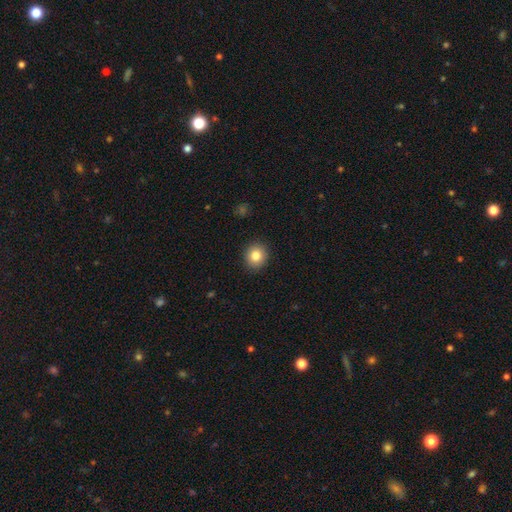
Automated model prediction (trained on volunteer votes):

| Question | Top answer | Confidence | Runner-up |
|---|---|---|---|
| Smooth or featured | smooth | 83% | star or artifact (10%) |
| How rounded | round | 85% | in between (15%) |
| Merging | none | 91% | minor disturbance (6%) |